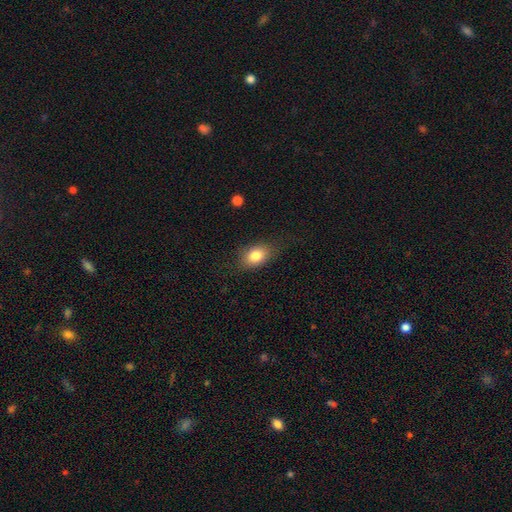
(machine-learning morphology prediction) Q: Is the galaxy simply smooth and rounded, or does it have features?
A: smooth — 82%.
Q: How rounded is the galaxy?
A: in between — 77%.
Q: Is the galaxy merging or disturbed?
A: none — 76%.